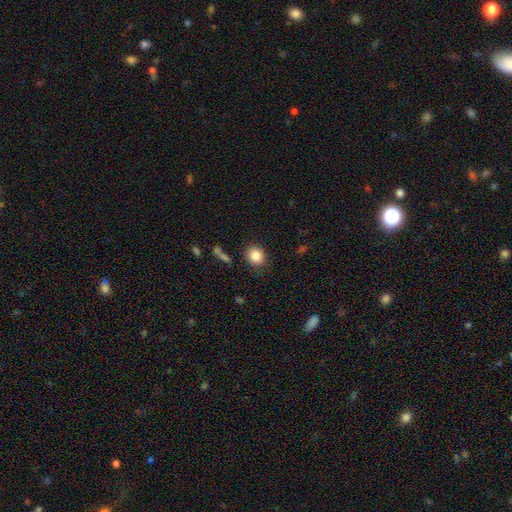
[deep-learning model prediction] smooth 85%, star or artifact 9%, featured or disk 6%. Down the decision tree: how rounded — round (76%); merging — none (86%).